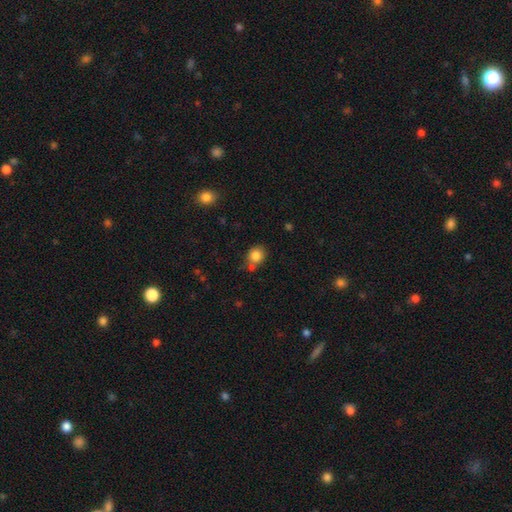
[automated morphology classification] Overall: smooth (83%). How rounded: round (72%). Merging: none (66%).